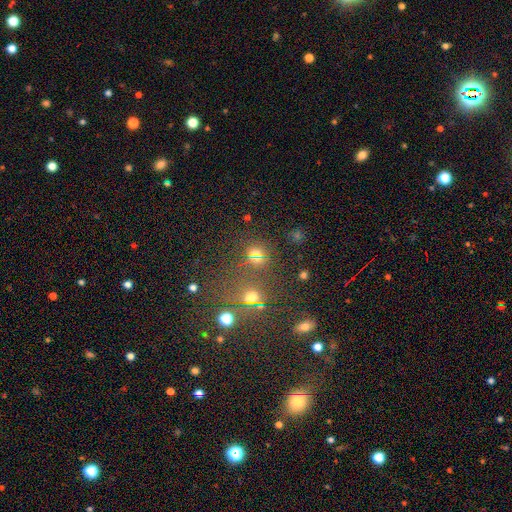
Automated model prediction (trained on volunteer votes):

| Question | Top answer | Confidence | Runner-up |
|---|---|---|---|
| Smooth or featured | smooth | 53% | star or artifact (37%) |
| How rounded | round | 75% | in between (23%) |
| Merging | none | 63% | merger (20%) |